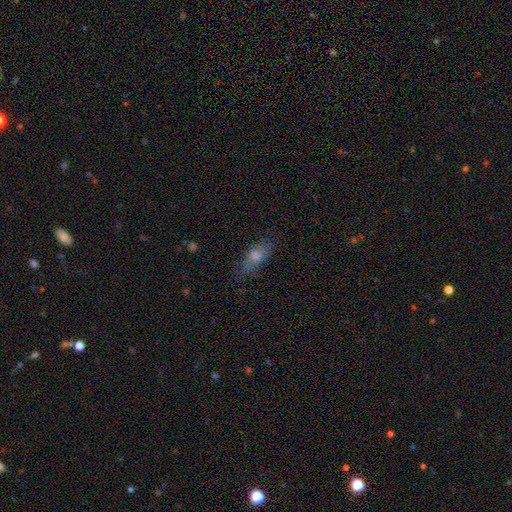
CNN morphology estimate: Smooth or featured?
  - smooth: 58% *
  - featured or disk: 28%
  - star or artifact: 14%
How rounded?
  - in between: 65% *
  - cigar-shaped: 27%
  - round: 7%
Merging?
  - none: 72% *
  - minor disturbance: 20%
  - major disturbance: 6%
  - merger: 2%